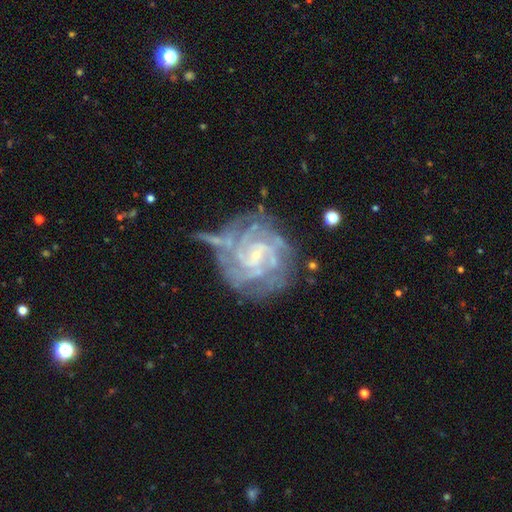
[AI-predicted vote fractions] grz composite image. It shows a featured or disk galaxy (88%) with no bar (46%), tight (66%) spiral arms (96%) and a small central bulge (76%). Merging: none (54%).